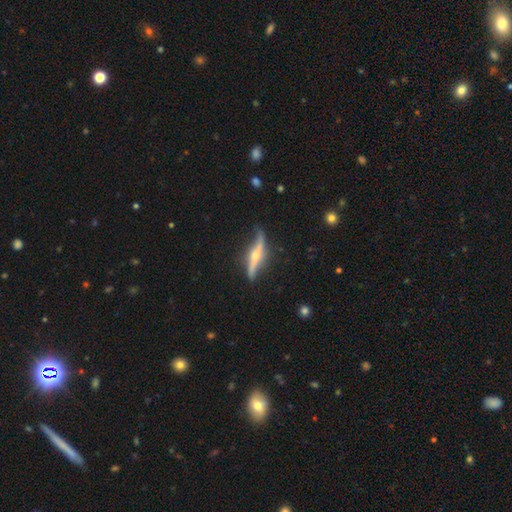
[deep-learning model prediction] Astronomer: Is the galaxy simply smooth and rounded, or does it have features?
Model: featured or disk — 80%.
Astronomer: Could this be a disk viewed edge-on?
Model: yes — 82%.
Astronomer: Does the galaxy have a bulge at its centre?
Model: rounded — 90%.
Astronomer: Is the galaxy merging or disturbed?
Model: none — 67%.